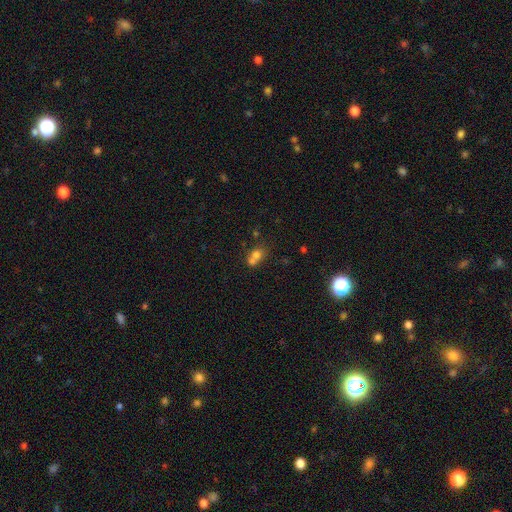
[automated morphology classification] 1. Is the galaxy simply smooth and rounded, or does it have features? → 68% smooth, 17% featured or disk, 15% star or artifact.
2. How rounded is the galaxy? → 65% round, 34% in between, 1% cigar-shaped.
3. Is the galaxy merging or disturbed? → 63% merger, 27% none, 7% minor disturbance, 3% major disturbance.